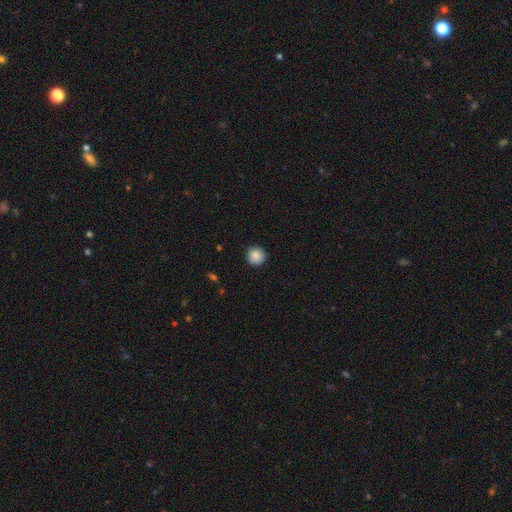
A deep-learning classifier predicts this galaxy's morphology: This is clearly a smooth galaxy (88%). How rounded: clearly round (95%). Merging: clearly none (90%).